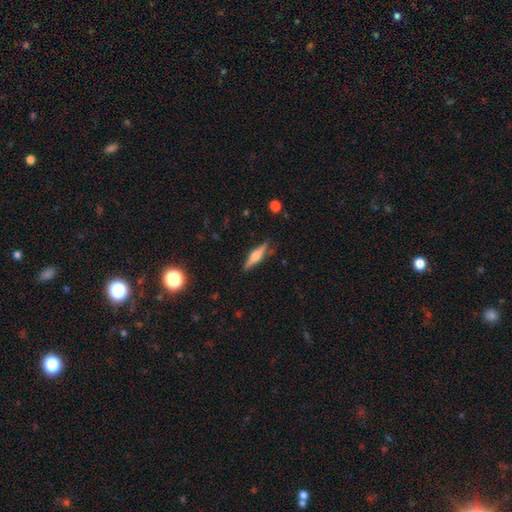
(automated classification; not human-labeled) A featured or disk galaxy (60%) viewed edge-on (97%) with a rounded central bulge (85%).

Vote fractions:
- Smooth or featured? featured or disk: 60% / smooth: 33% / star or artifact: 7%
- Edge-on disk? yes: 97% / no: 3%
- Edge-on bulge? rounded: 85% / boxy: 11% / none: 4%
- Merging? none: 87% / minor disturbance: 10% / major disturbance: 2% / merger: 2%